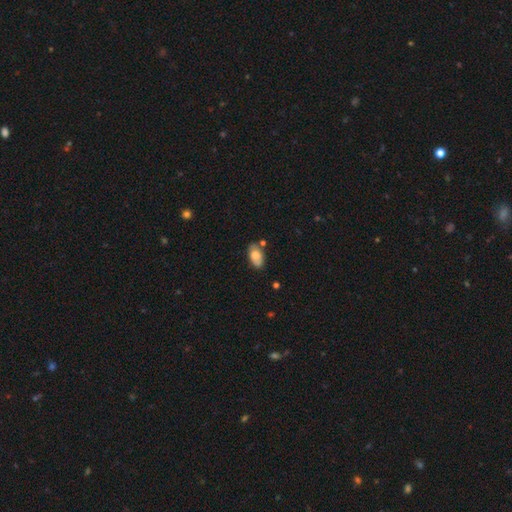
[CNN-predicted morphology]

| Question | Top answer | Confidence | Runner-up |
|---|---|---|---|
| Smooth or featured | smooth | 72% | featured or disk (20%) |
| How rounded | in between | 93% | round (5%) |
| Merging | none | 63% | minor disturbance (23%) |